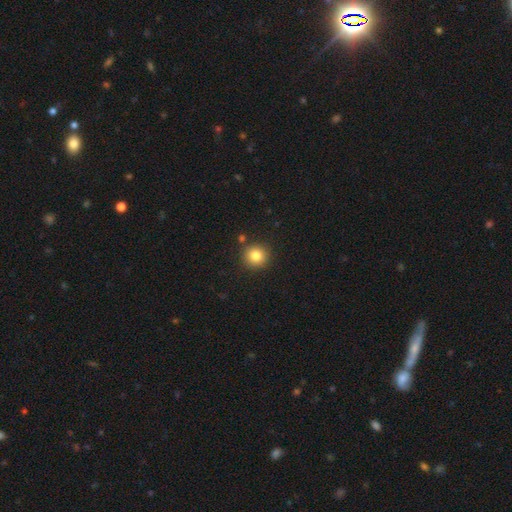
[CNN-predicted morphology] A smooth galaxy with no disk features (83%) that is round (92%). Merging: none (86%).